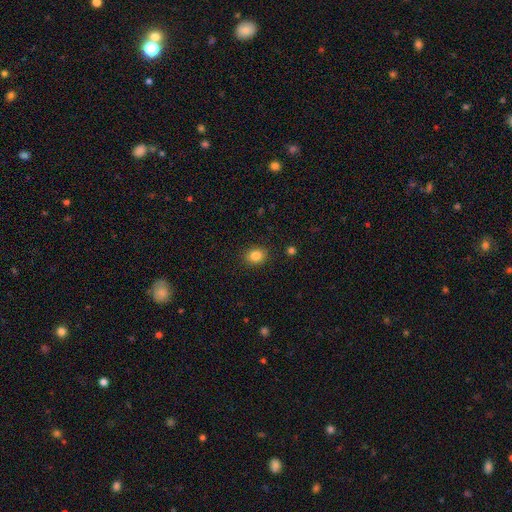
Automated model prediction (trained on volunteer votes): Overall: smooth (84%). How rounded: round (51%; in between 48%). Merging: none (89%).